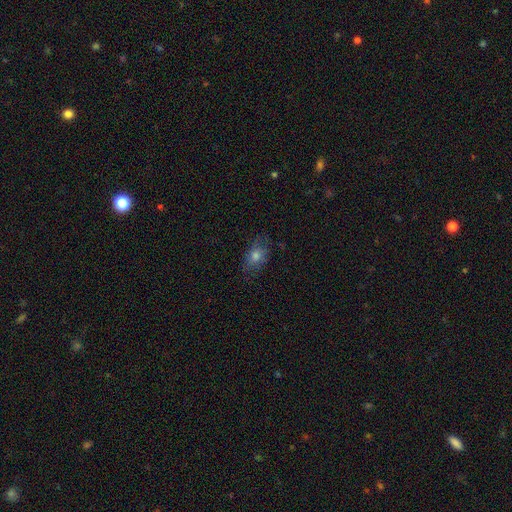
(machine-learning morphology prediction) smooth 65%, featured or disk 22%, star or artifact 12%. Down the decision tree: how rounded — in between (75%); merging — none (69%).